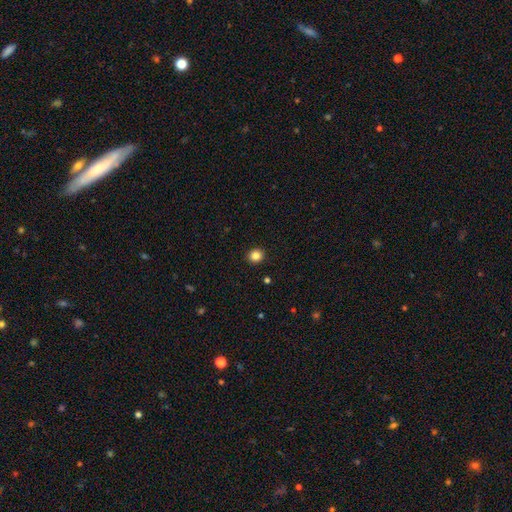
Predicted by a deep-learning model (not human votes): This appears to be a smooth galaxy with no disk features (85%) that is round (92%). Merging: none (93%).